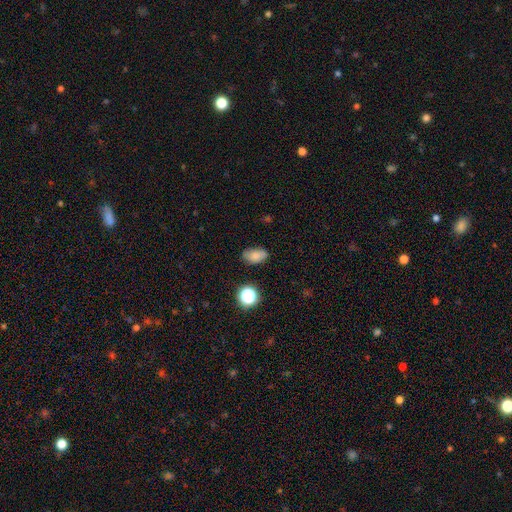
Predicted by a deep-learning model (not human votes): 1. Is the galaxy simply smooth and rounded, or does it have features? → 78% smooth, 12% star or artifact, 10% featured or disk.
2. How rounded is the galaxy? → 86% in between, 12% round, 2% cigar-shaped.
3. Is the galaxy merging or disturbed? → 75% none, 19% minor disturbance, 4% major disturbance, 2% merger.